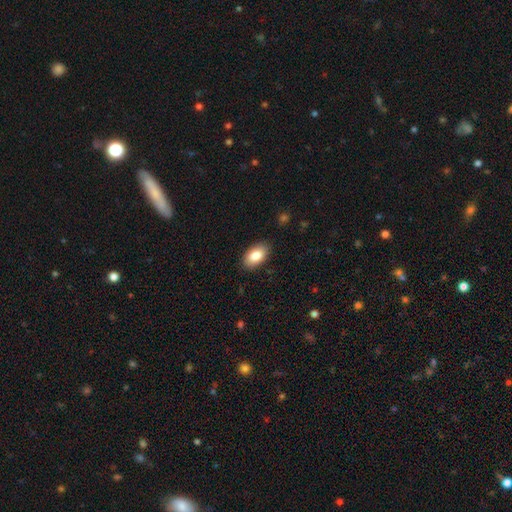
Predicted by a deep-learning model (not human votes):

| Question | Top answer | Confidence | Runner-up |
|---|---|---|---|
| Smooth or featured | smooth | 85% | featured or disk (8%) |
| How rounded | in between | 93% | round (5%) |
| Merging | none | 87% | minor disturbance (10%) |